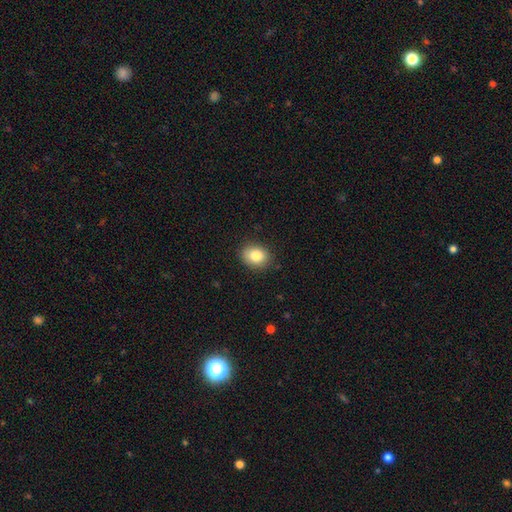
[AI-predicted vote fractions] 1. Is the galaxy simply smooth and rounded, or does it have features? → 84% smooth, 9% star or artifact, 7% featured or disk.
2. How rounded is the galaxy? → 53% in between, 47% round, 1% cigar-shaped.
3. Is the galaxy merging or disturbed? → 86% none, 11% minor disturbance, 2% major disturbance, 1% merger.